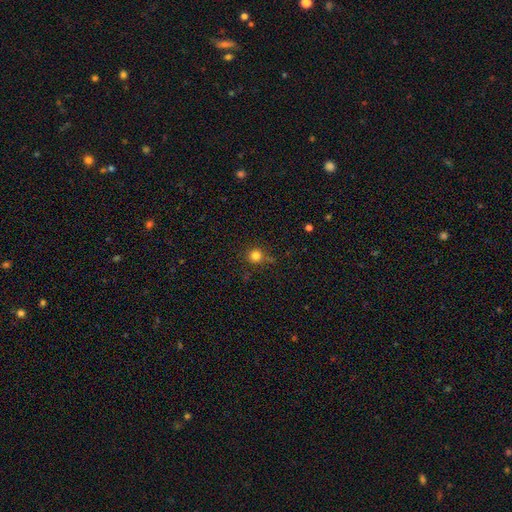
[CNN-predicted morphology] Q: Smooth or featured?
A: smooth (80%); runner-up: star or artifact (14%)
Q: How rounded?
A: round (94%); runner-up: in between (5%)
Q: Merging?
A: none (83%); runner-up: minor disturbance (10%)